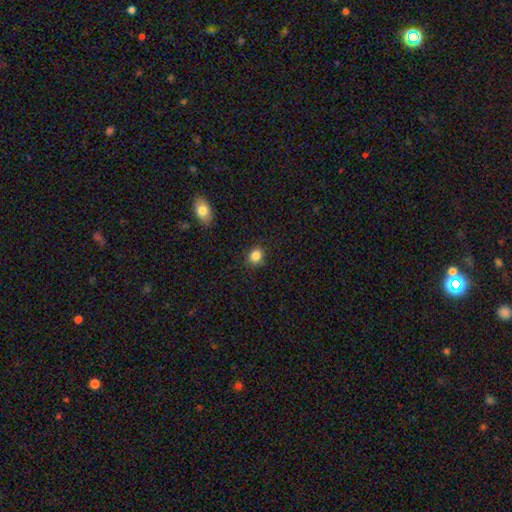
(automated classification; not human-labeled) Smooth or featured? Predicted: smooth (p=0.84). How rounded? Predicted: round (p=0.68). Merging? Predicted: none (p=0.87).